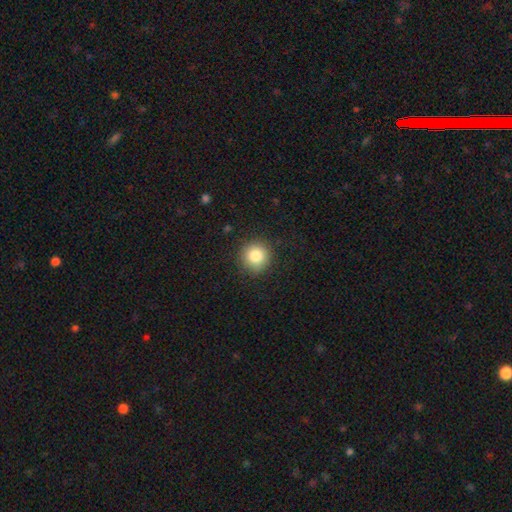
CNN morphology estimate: This is clearly a smooth galaxy (83%). How rounded: clearly round (93%). Merging: clearly none (89%).